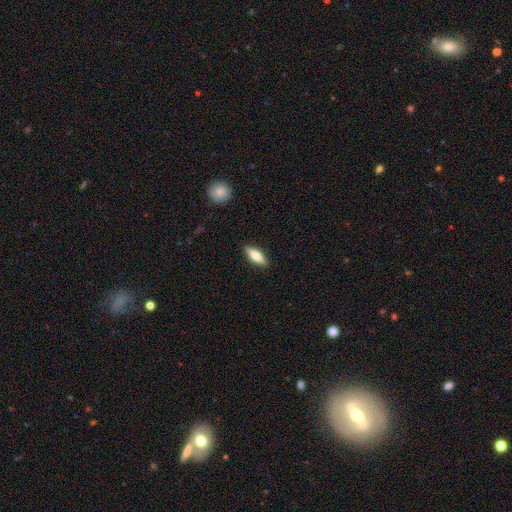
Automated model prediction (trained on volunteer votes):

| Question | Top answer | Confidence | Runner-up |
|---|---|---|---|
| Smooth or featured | smooth | 60% | featured or disk (34%) |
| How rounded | in between | 51% | cigar-shaped (47%) |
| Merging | none | 89% | minor disturbance (8%) |